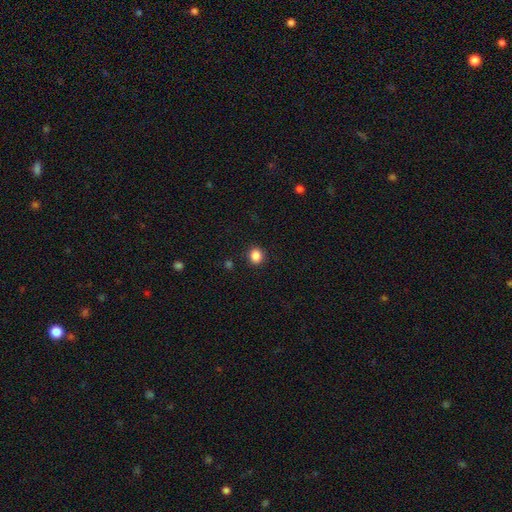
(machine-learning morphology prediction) smooth_or_featured: smooth (p=0.86) [alt: star or artifact p=0.10]
how_rounded: round (p=0.73) [alt: in between p=0.26]
merging: none (p=0.89) [alt: minor disturbance p=0.07]